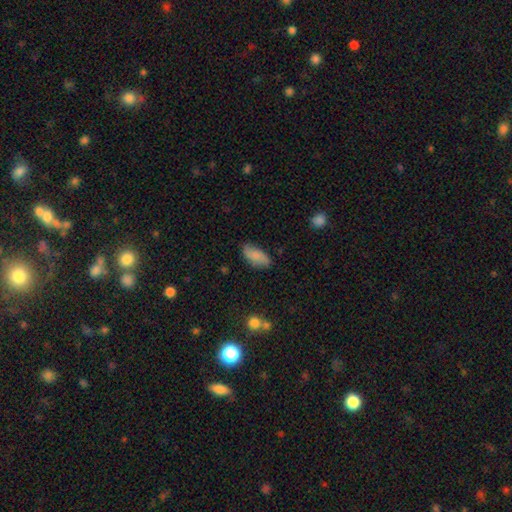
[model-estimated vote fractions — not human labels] Smooth or featured? Predicted: smooth (p=0.80). How rounded? Predicted: in between (p=0.91). Merging? Predicted: none (p=0.78).